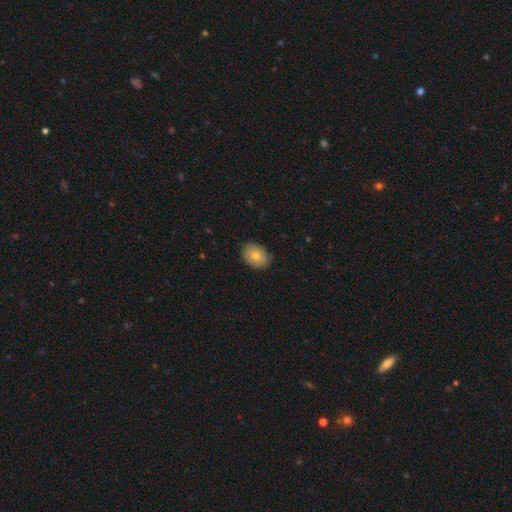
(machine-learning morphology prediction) Smooth or featured: smooth — 72% (featured or disk — 20%)
How rounded: in between — 64% (round — 35%)
Merging: none — 85% (minor disturbance — 11%)